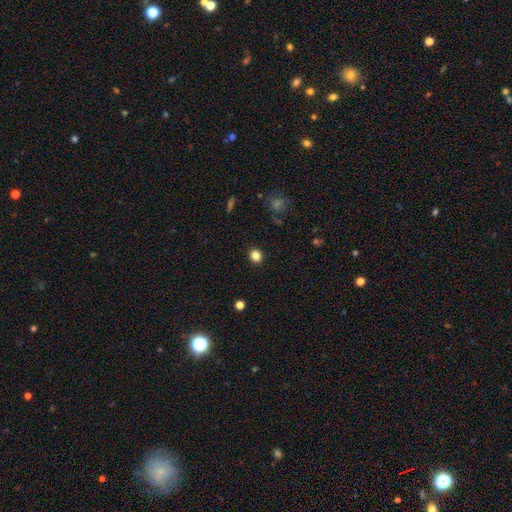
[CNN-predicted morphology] smooth 84%, star or artifact 12%, featured or disk 5%. Down the decision tree: how rounded — round (70%); merging — none (90%).